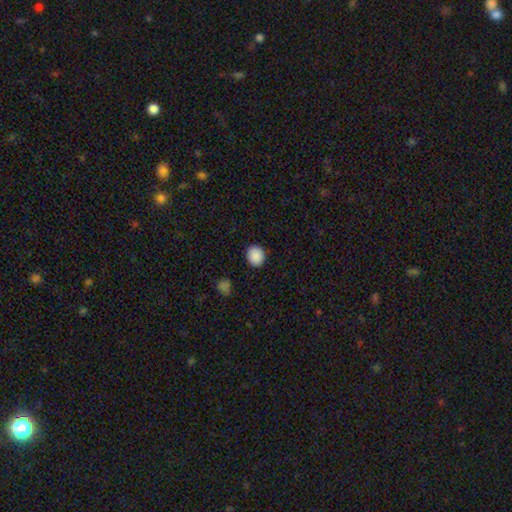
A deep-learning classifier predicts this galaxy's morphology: A smooth galaxy with no disk features (89%) that is round (71%).

Vote fractions:
- Smooth or featured? smooth: 89% / star or artifact: 8% / featured or disk: 2%
- How rounded? round: 71% / in between: 28% / cigar-shaped: 1%
- Merging? none: 90% / minor disturbance: 7% / major disturbance: 2% / merger: 1%